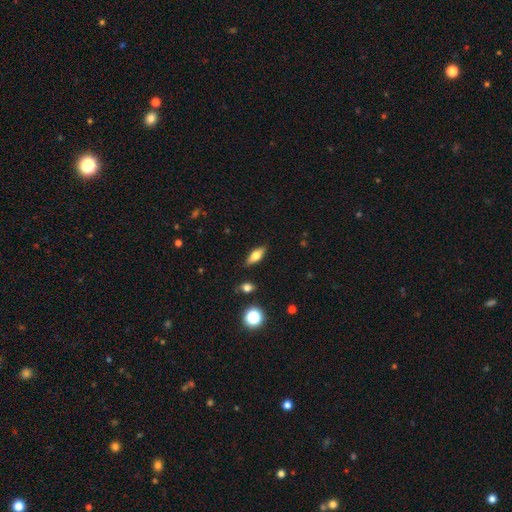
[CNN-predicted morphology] smooth 63%, featured or disk 29%, star or artifact 8%. Down the decision tree: how rounded — in between (71%); merging — none (87%).